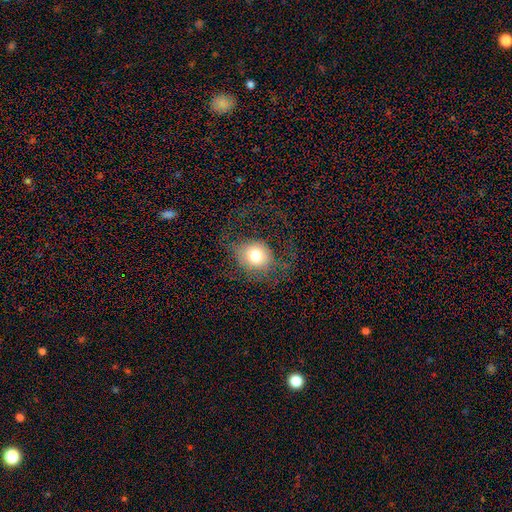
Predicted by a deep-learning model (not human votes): Q: Smooth or featured?
A: smooth (72%); runner-up: featured or disk (17%)
Q: How rounded?
A: round (70%); runner-up: in between (29%)
Q: Merging?
A: none (54%); runner-up: major disturbance (26%)